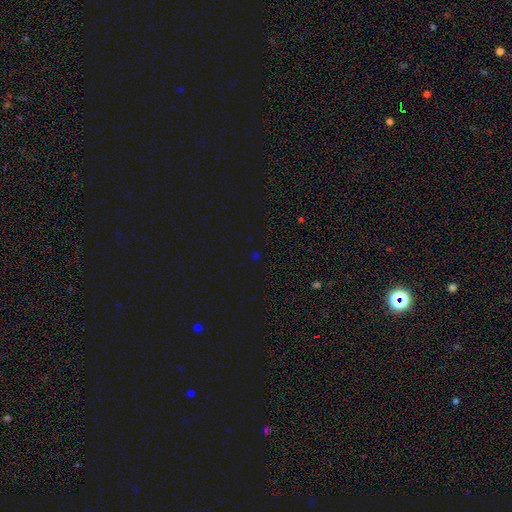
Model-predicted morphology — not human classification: This appears to be a star or artifact, not a galaxy (68%).